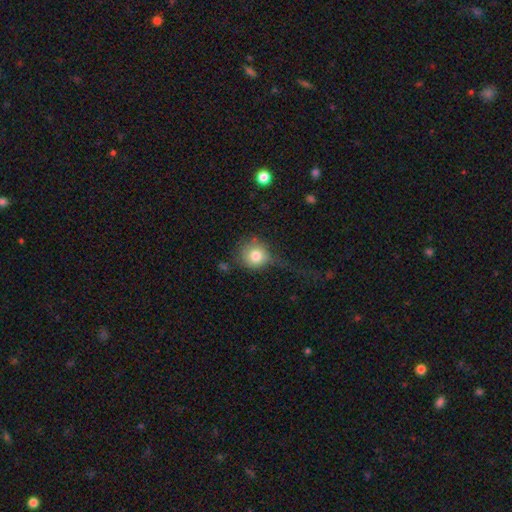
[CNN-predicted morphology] Smooth or featured: smooth — 78% (featured or disk — 13%)
How rounded: round — 88% (in between — 11%)
Merging: none — 47% (major disturbance — 25%)